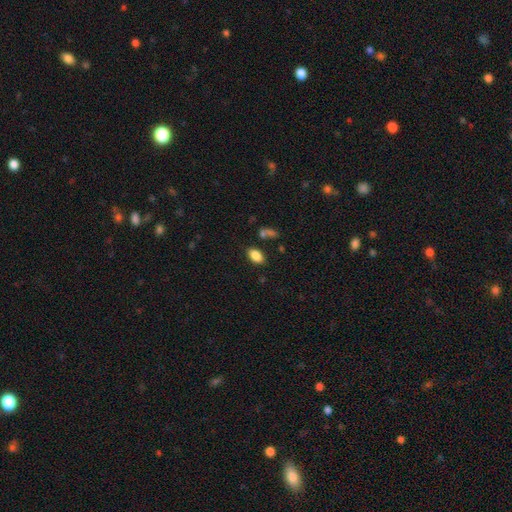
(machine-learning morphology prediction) A smooth galaxy with no disk features (86%) that is in between round and cigar-shaped (91%).

Vote fractions:
- Smooth or featured? smooth: 86% / star or artifact: 9% / featured or disk: 5%
- How rounded? in between: 91% / round: 6% / cigar-shaped: 2%
- Merging? none: 79% / minor disturbance: 11% / merger: 6% / major disturbance: 3%